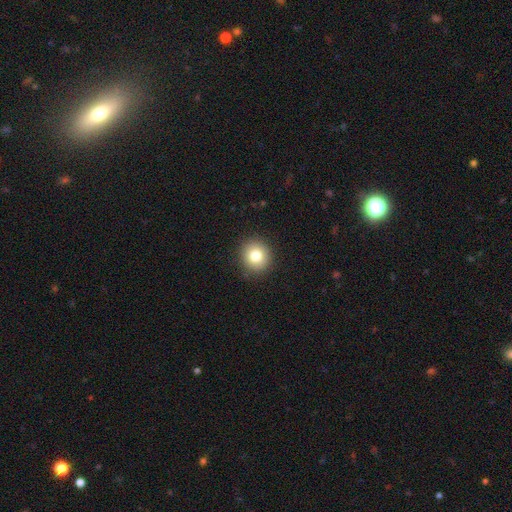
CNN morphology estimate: This appears to be a smooth galaxy with no disk features (80%) that is round (89%). Merging: none (91%).